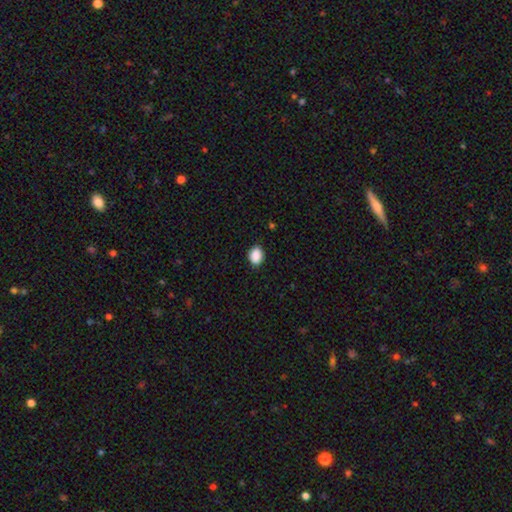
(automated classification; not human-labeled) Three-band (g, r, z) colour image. It shows a smooth galaxy with no disk features (90%) that is in between round and cigar-shaped (66%). Merging: none (87%).